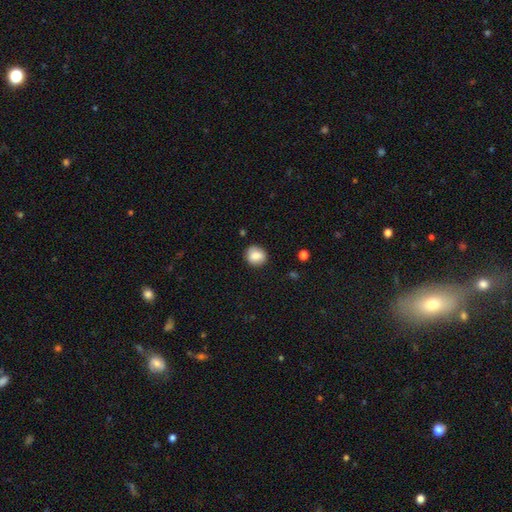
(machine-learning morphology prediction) smooth-or-featured: smooth: 83% | featured or disk: 9% | star or artifact: 8%
  how-rounded: round: 78% | in between: 21% | cigar-shaped: 1%
  merging: none: 86% | minor disturbance: 10% | major disturbance: 3% | merger: 1%